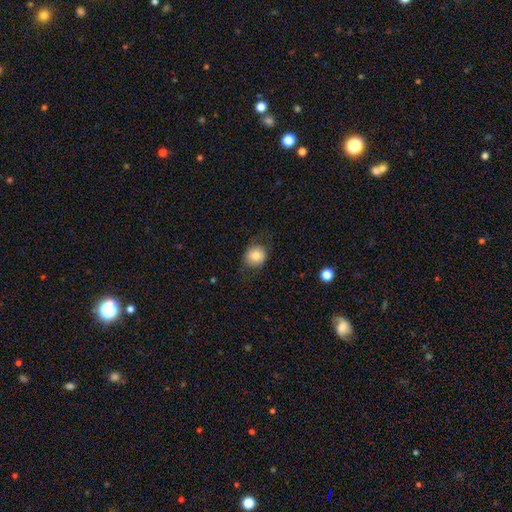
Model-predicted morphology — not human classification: Smooth or featured: smooth — 77% (featured or disk — 14%)
How rounded: round — 85% (in between — 14%)
Merging: none — 77% (minor disturbance — 16%)